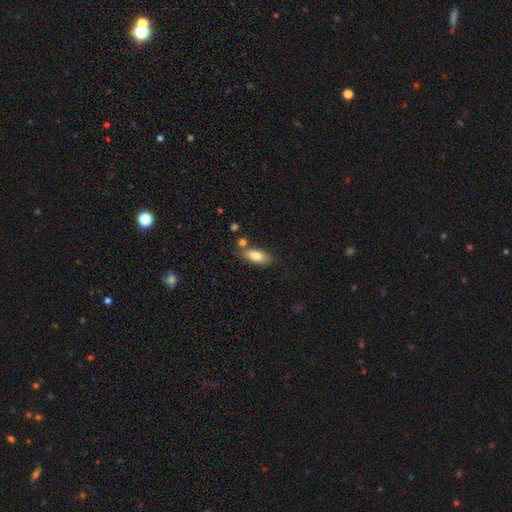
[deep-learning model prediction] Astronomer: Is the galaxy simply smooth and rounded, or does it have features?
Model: smooth — 81%.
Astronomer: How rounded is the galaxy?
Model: in between — 80%.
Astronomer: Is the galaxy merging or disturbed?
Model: none — 69%.